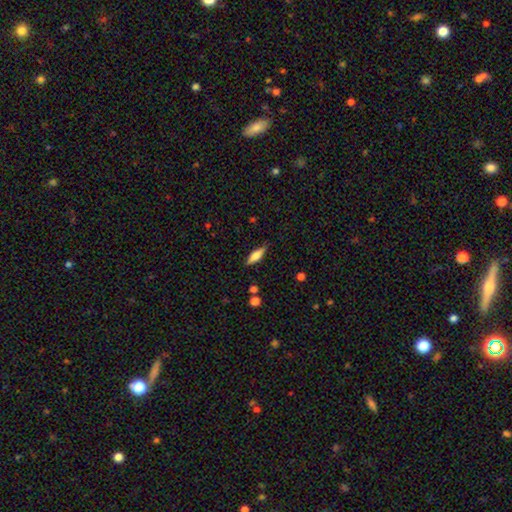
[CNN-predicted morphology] Smooth or featured: smooth — 61% (featured or disk — 32%)
How rounded: in between — 50% (cigar-shaped — 47%)
Merging: none — 84% (minor disturbance — 12%)